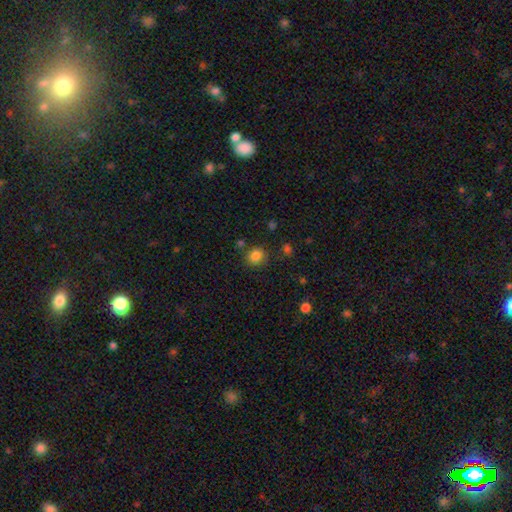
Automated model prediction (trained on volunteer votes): smooth 83%, star or artifact 12%, featured or disk 5%. Down the decision tree: how rounded — round (78%); merging — none (79%).